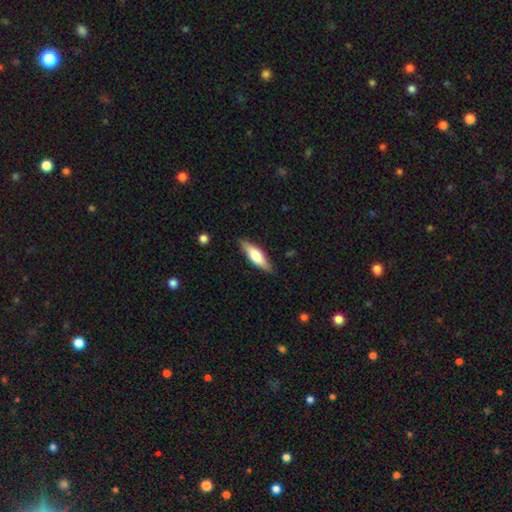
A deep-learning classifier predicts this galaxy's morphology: Q: Smooth or featured?
A: smooth (59%); runner-up: featured or disk (35%)
Q: How rounded?
A: cigar-shaped (53%); runner-up: in between (45%)
Q: Merging?
A: none (85%); runner-up: minor disturbance (11%)